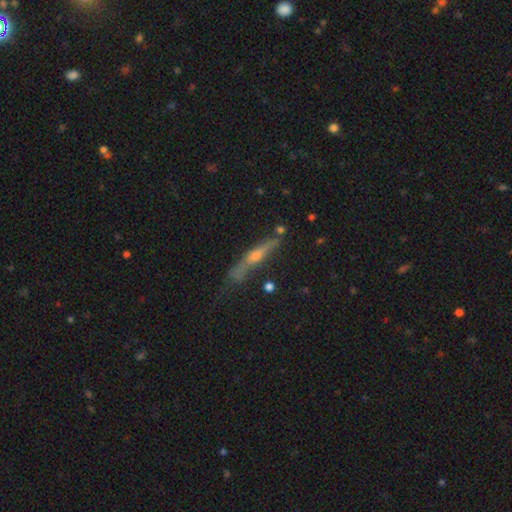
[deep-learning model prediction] Smooth or featured? featured or disk (68%)
Edge-on disk? yes (94%)
Edge-on bulge? rounded (83%)
Merging? none (67%)